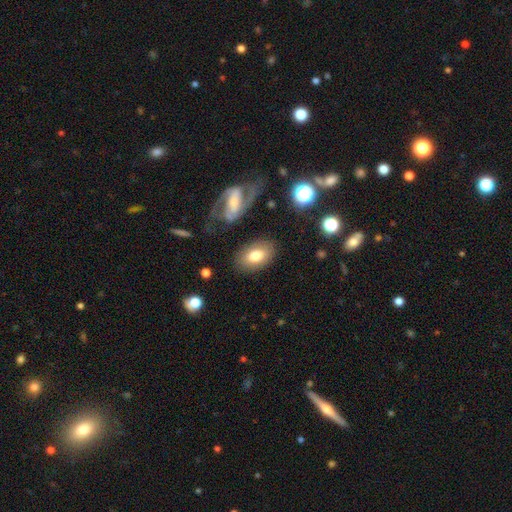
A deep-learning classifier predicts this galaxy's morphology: Overall: smooth (72%). How rounded: in between (89%). Merging: none (81%).